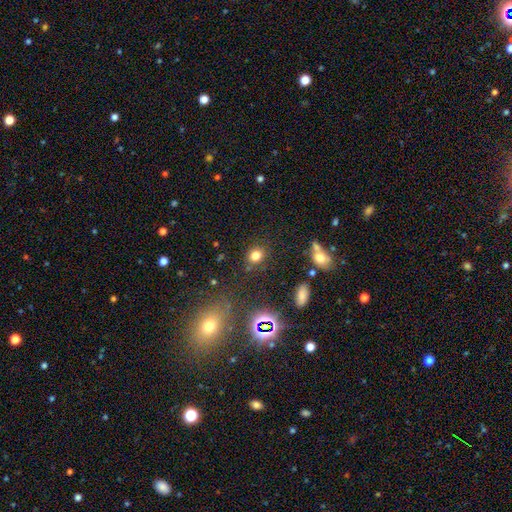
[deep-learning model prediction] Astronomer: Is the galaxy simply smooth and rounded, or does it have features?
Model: smooth — 77%.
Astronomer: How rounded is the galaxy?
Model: round — 59% (runner-up: in between, 40%).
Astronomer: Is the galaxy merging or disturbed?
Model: none — 80%.